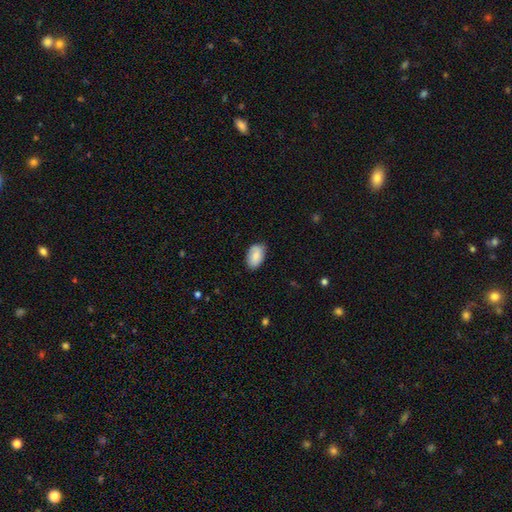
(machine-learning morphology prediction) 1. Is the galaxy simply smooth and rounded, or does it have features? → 84% smooth, 10% featured or disk, 6% star or artifact.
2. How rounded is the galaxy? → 93% in between, 5% round, 1% cigar-shaped.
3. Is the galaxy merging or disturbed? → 79% none, 18% minor disturbance, 3% major disturbance, 1% merger.